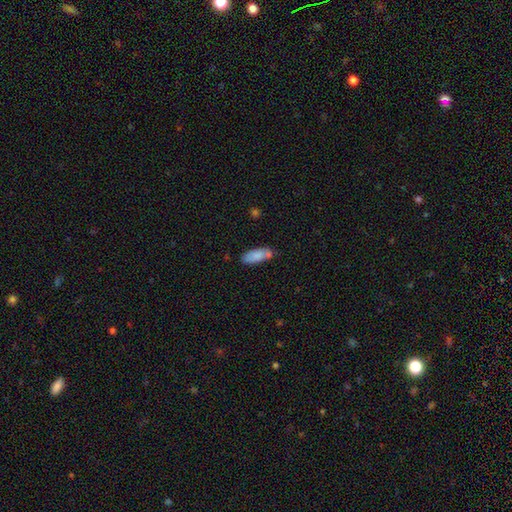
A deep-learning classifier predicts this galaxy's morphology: A smooth galaxy with no disk features (83%) that is in between round and cigar-shaped (76%).

Vote fractions:
- Smooth or featured? smooth: 83% / featured or disk: 10% / star or artifact: 7%
- How rounded? in between: 76% / cigar-shaped: 22% / round: 2%
- Merging? none: 58% / minor disturbance: 21% / merger: 16% / major disturbance: 5%